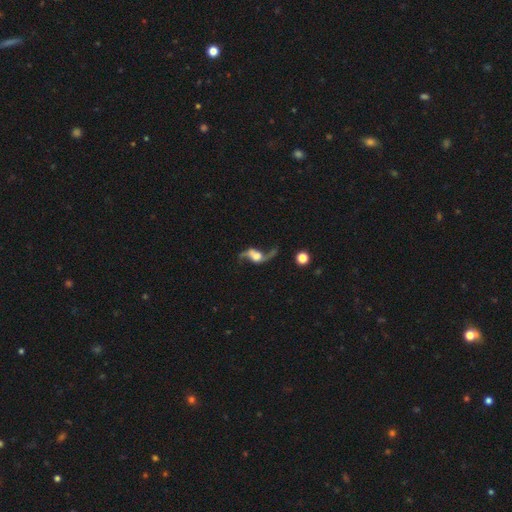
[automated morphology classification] Smooth or featured? Predicted: featured or disk (p=0.84). Edge-on disk? Predicted: no (p=0.92). Bar? Predicted: no (p=0.51). Spiral arms? Predicted: yes (p=0.94). Spiral winding? Predicted: loose (p=0.91). Spiral arm count? Predicted: 2 (p=0.93). Bulge size? Predicted: large (p=0.32). Merging? Predicted: none (p=0.64).